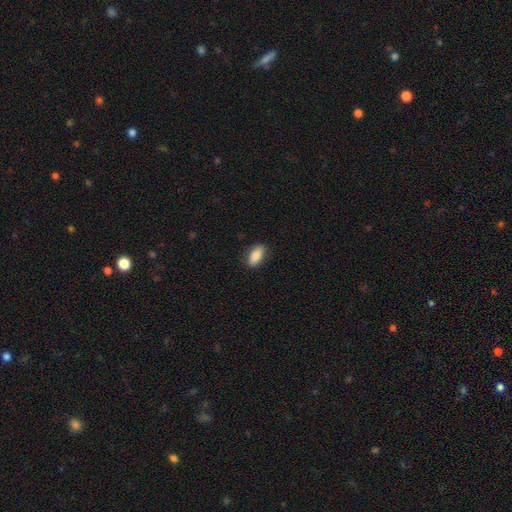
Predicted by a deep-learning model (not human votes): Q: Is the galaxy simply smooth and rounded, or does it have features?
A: smooth — 85%.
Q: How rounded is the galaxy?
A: in between — 85%.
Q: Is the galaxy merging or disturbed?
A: none — 85%.